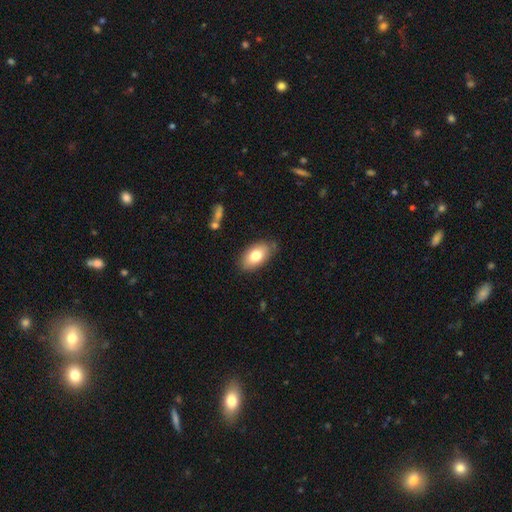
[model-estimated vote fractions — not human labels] Smooth or featured: smooth — 77% (featured or disk — 16%)
How rounded: in between — 92% (round — 6%)
Merging: none — 80% (minor disturbance — 15%)